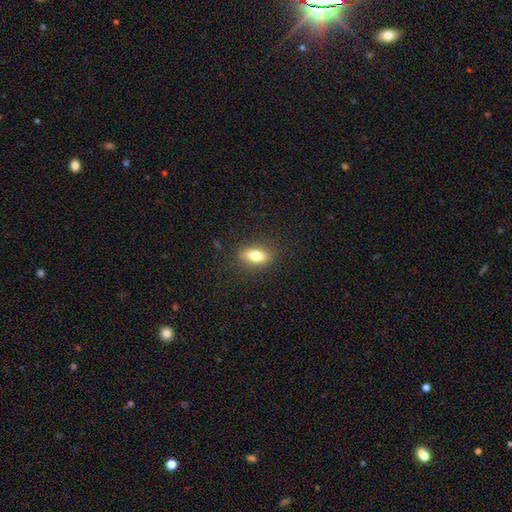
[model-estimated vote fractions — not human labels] Smooth or featured?
  - smooth: 73% *
  - featured or disk: 19%
  - star or artifact: 8%
How rounded?
  - in between: 74% *
  - cigar-shaped: 20%
  - round: 7%
Merging?
  - none: 85% *
  - minor disturbance: 11%
  - major disturbance: 3%
  - merger: 1%